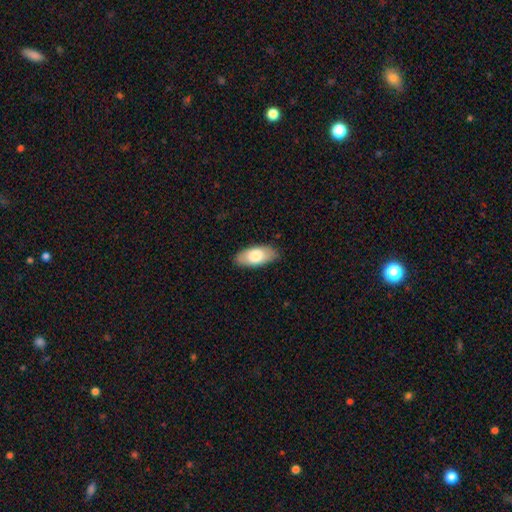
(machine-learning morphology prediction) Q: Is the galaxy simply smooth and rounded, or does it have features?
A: smooth — 79%.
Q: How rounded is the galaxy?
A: in between — 90%.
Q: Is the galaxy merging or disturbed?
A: none — 86%.